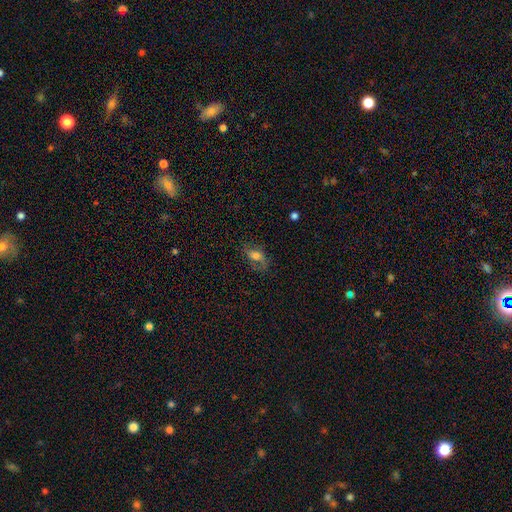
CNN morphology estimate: Smooth or featured? Predicted: smooth (p=0.52). How rounded? Predicted: in between (p=0.80). Merging? Predicted: none (p=0.67).